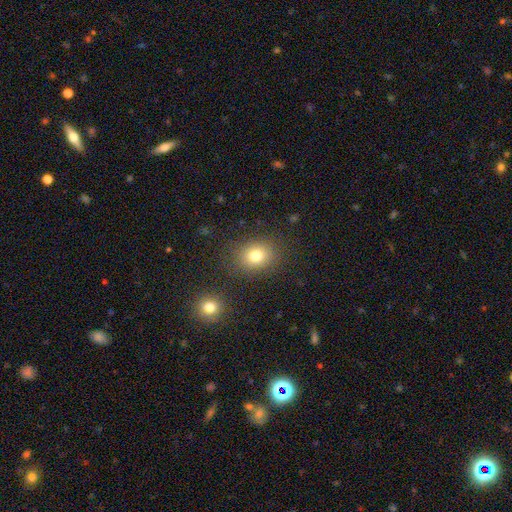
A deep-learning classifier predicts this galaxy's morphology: This is likely a smooth galaxy (79%). How rounded: possibly round (58%). Merging: clearly none (83%).